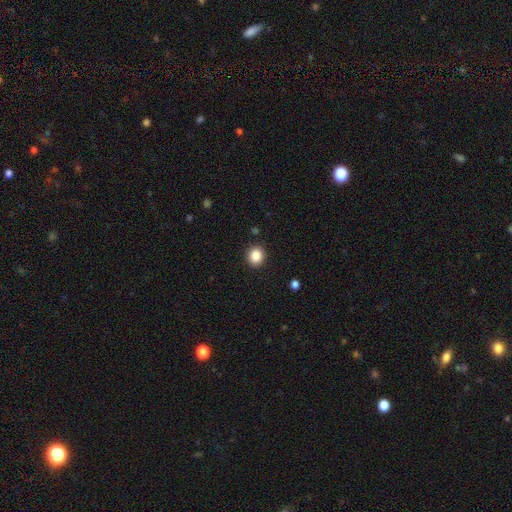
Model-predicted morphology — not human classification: Q: Smooth or featured?
A: smooth (86%); runner-up: star or artifact (10%)
Q: How rounded?
A: round (79%); runner-up: in between (20%)
Q: Merging?
A: none (91%); runner-up: minor disturbance (6%)